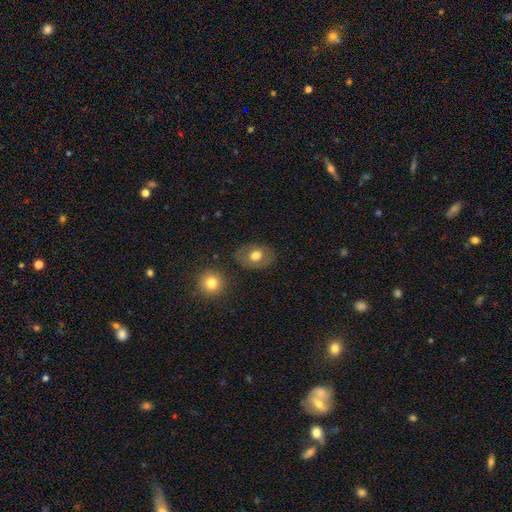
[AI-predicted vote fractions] Overall: smooth (63%; featured or disk 29%). How rounded: in between (65%; round 34%). Merging: none (80%).